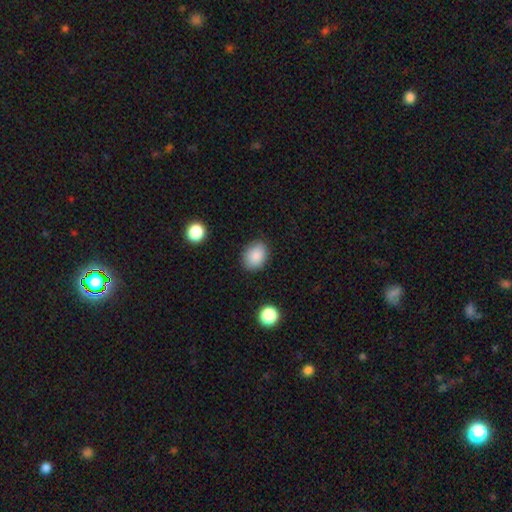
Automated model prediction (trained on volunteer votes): A smooth galaxy with no disk features (87%) that is in between round and cigar-shaped (65%).

Vote fractions:
- Smooth or featured? smooth: 87% / star or artifact: 8% / featured or disk: 5%
- How rounded? in between: 65% / round: 34% / cigar-shaped: 1%
- Merging? none: 84% / minor disturbance: 12% / major disturbance: 3% / merger: 1%